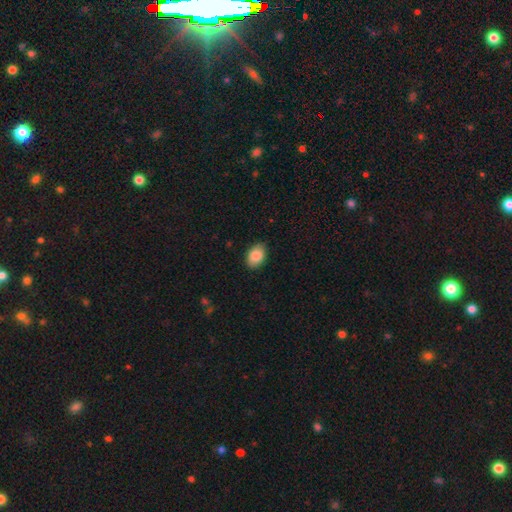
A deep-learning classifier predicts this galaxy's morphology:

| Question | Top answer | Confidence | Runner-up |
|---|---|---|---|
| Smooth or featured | smooth | 87% | star or artifact (7%) |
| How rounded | in between | 85% | round (13%) |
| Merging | none | 86% | minor disturbance (11%) |